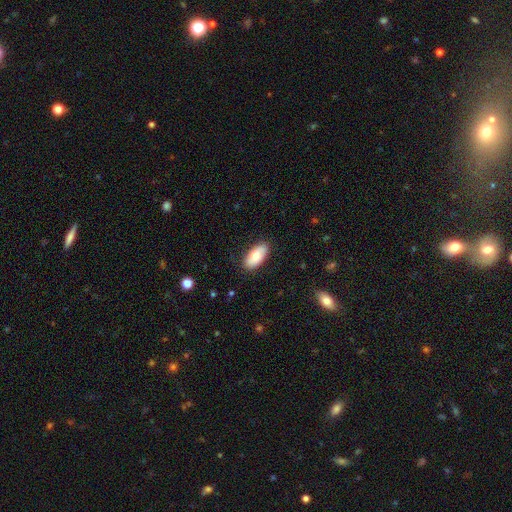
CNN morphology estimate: Smooth or featured: smooth — 75% (featured or disk — 19%)
How rounded: in between — 93% (cigar-shaped — 4%)
Merging: none — 85% (minor disturbance — 11%)